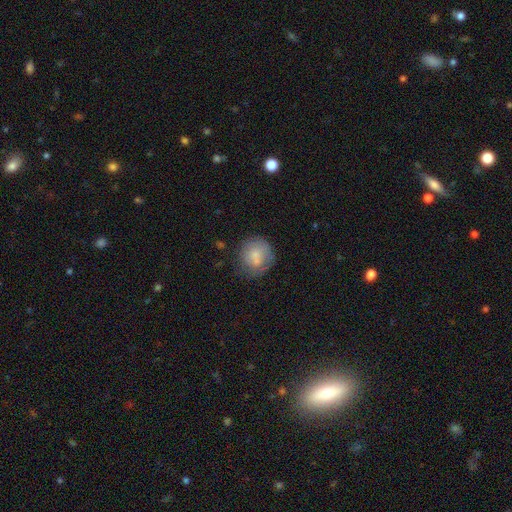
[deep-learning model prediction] Smooth or featured?
  - smooth: 72% *
  - featured or disk: 20%
  - star or artifact: 8%
How rounded?
  - round: 84% *
  - in between: 15%
  - cigar-shaped: 1%
Merging?
  - none: 56% *
  - minor disturbance: 25%
  - major disturbance: 13%
  - merger: 6%